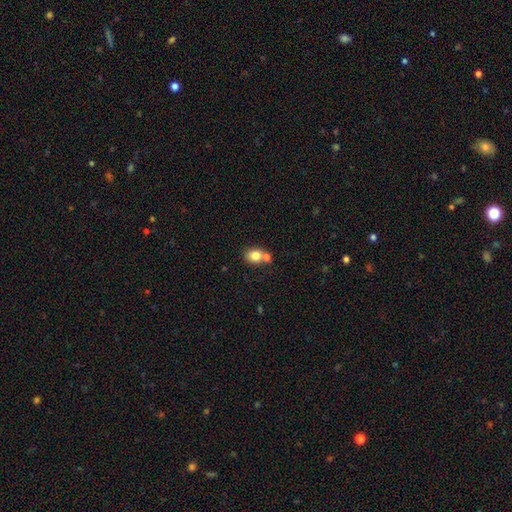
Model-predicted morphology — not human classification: Overall: smooth (80%). How rounded: round (58%; in between 41%). Merging: none (48%; merger 38%).